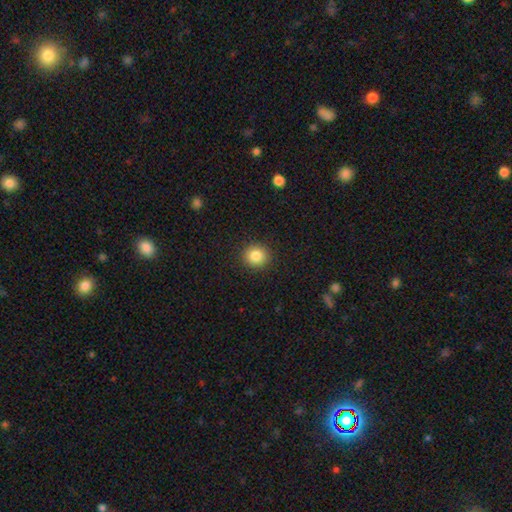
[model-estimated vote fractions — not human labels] Smooth or featured? Predicted: smooth (p=0.85). How rounded? Predicted: round (p=0.89). Merging? Predicted: none (p=0.91).